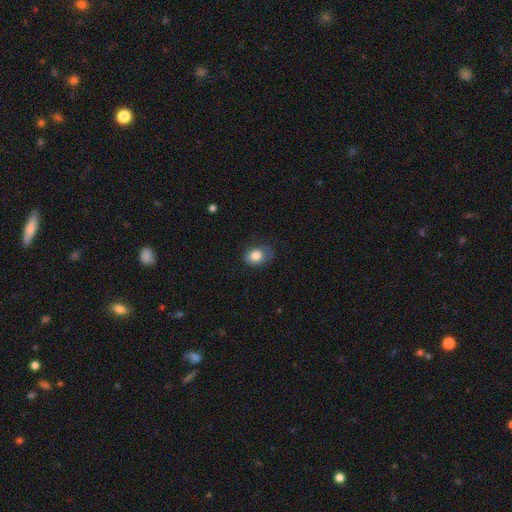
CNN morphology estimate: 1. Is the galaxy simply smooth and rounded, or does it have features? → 82% smooth, 10% featured or disk, 9% star or artifact.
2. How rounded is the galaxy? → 57% in between, 42% round, 1% cigar-shaped.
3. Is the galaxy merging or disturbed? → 63% none, 26% minor disturbance, 9% major disturbance, 1% merger.